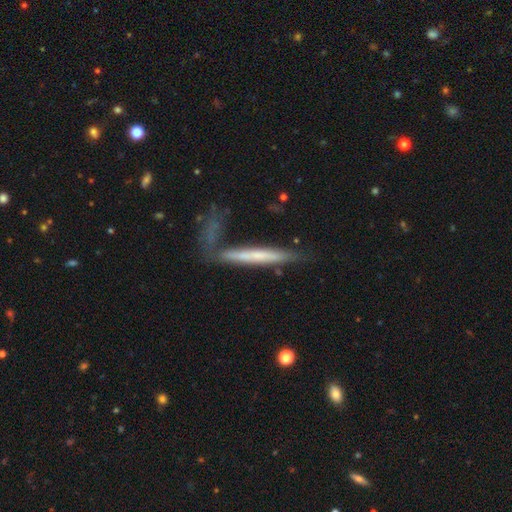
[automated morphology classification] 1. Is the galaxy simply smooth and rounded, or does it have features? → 47% smooth, 46% featured or disk, 6% star or artifact.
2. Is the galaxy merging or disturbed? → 56% none, 21% minor disturbance, 12% major disturbance, 12% merger.